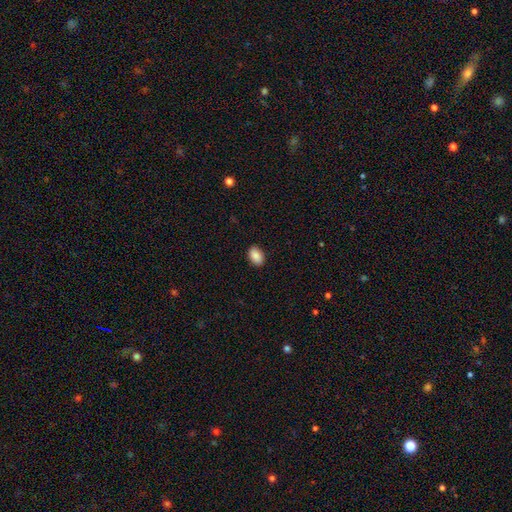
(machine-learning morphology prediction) Smooth or featured? smooth (89%)
How rounded? in between (90%)
Merging? none (90%)